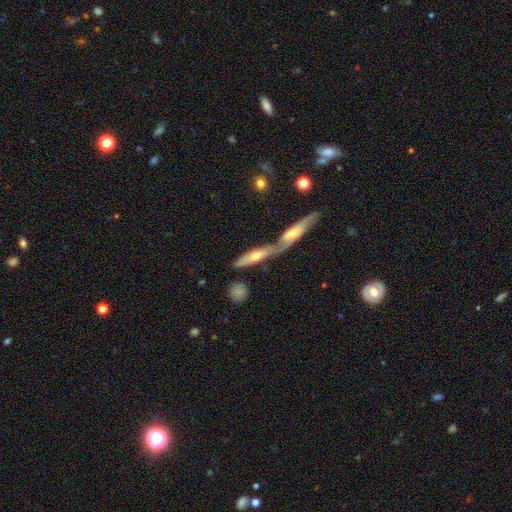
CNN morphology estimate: The model was most divided on "smooth or featured": smooth: 48%, featured or disk: 46%, star or artifact: 6%. More confident: merging — merger (55%).